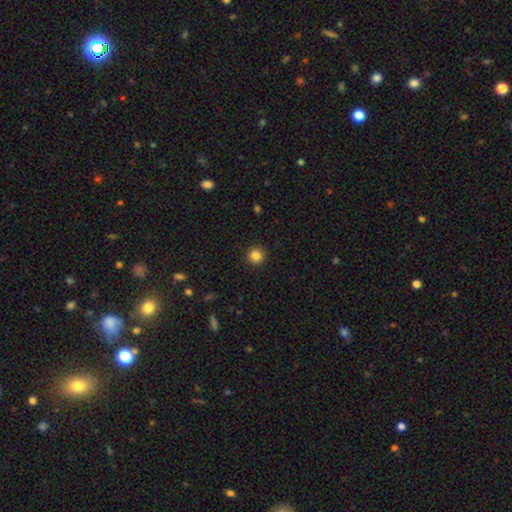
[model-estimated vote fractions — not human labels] smooth_or_featured: smooth (p=0.85) [alt: star or artifact p=0.11]
how_rounded: round (p=0.95) [alt: in between p=0.04]
merging: none (p=0.93) [alt: minor disturbance p=0.05]